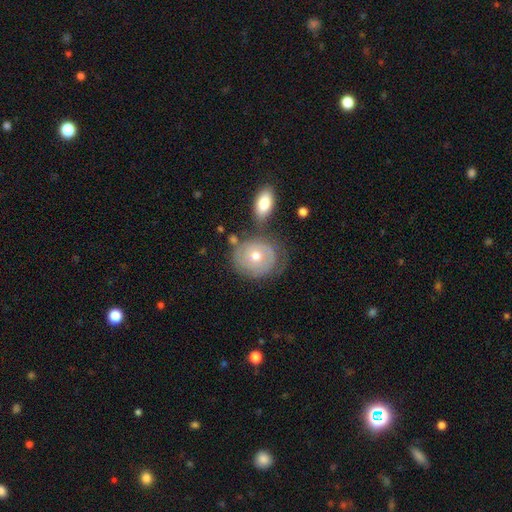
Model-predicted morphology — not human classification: A featured or disk galaxy (56%) with no bar (82%), spiral arms (73%) and a moderate central bulge (70%).

Vote fractions:
- Smooth or featured? featured or disk: 56% / smooth: 37% / star or artifact: 7%
- Edge-on disk? no: 96% / yes: 4%
- Bar? no: 82% / weak: 15% / strong: 3%
- Spiral arms? yes: 73% / no: 27%
- Bulge size? moderate: 70% / small: 24% / large: 4% / none: 1% / dominant: 1%
- Merging? none: 57% / minor disturbance: 22% / merger: 11% / major disturbance: 10%